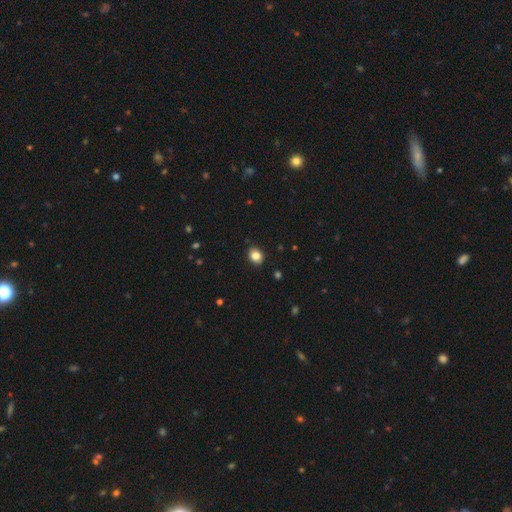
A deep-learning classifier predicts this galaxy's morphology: Smooth or featured: smooth — 85% (star or artifact — 10%)
How rounded: round — 50% (in between — 49%)
Merging: none — 89% (minor disturbance — 8%)